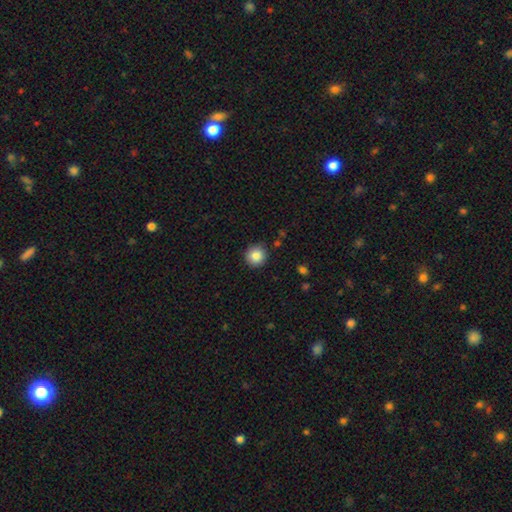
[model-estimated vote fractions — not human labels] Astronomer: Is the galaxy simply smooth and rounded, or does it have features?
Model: smooth — 86%.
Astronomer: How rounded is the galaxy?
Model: round — 93%.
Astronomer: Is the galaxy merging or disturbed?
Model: none — 89%.